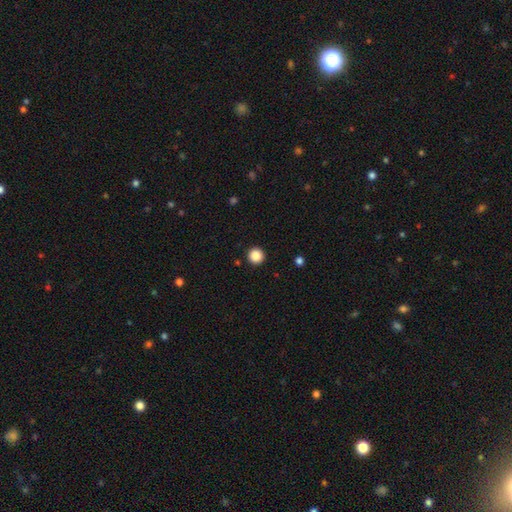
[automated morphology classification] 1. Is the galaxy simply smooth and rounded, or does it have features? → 87% smooth, 10% star or artifact, 3% featured or disk.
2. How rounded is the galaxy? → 96% round, 3% in between, 1% cigar-shaped.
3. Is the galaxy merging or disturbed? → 93% none, 4% minor disturbance, 2% major disturbance, 1% merger.